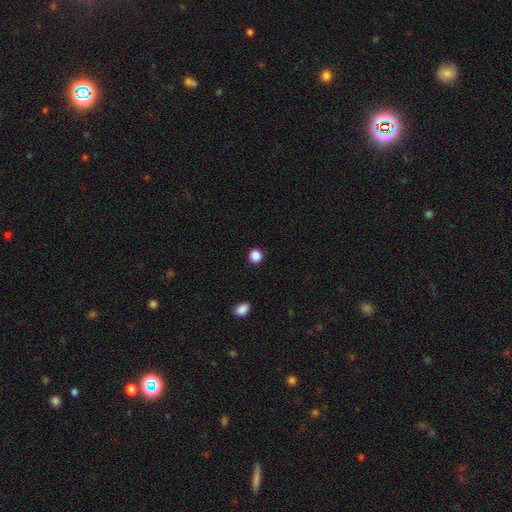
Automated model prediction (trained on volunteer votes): smooth-or-featured: smooth: 87% | star or artifact: 11% | featured or disk: 3%
  how-rounded: round: 88% | in between: 11% | cigar-shaped: 1%
  merging: none: 92% | minor disturbance: 5% | major disturbance: 2% | merger: 1%